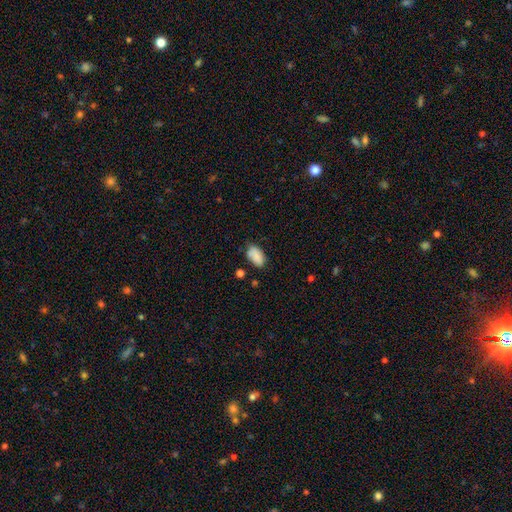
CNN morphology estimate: Q: Smooth or featured?
A: smooth (85%); runner-up: star or artifact (7%)
Q: How rounded?
A: in between (93%); runner-up: round (5%)
Q: Merging?
A: none (67%); runner-up: minor disturbance (23%)